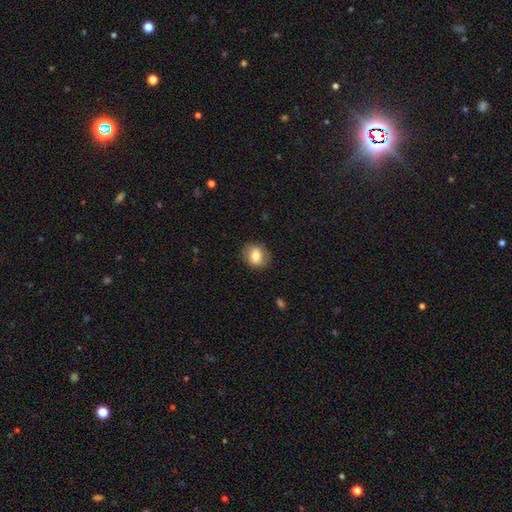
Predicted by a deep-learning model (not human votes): Smooth or featured? smooth (76%)
How rounded? round (60%)
Merging? none (84%)